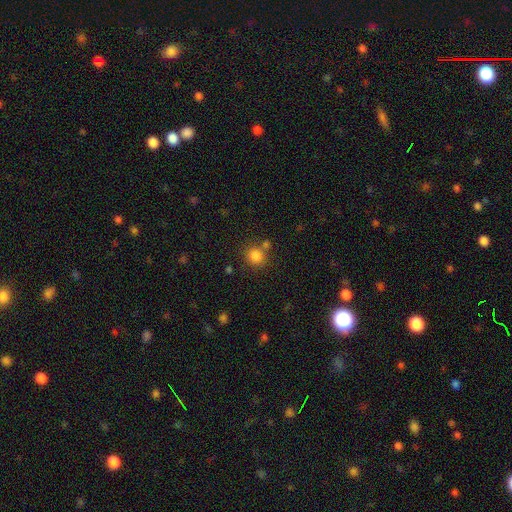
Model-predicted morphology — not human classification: smooth 83%, star or artifact 12%, featured or disk 5%. Down the decision tree: how rounded — round (84%); merging — none (73%).